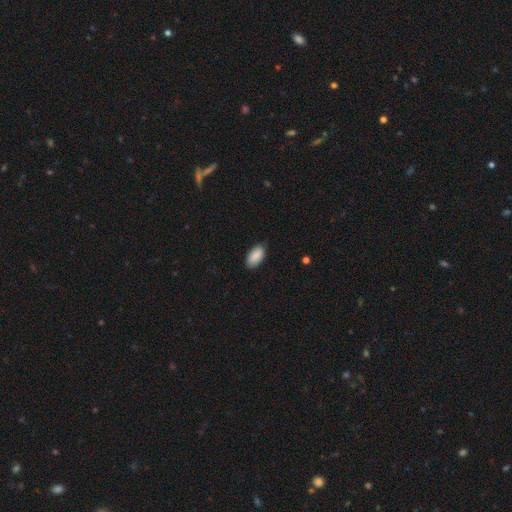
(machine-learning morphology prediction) Smooth or featured?
  - smooth: 89% *
  - star or artifact: 6%
  - featured or disk: 5%
How rounded?
  - in between: 95% *
  - cigar-shaped: 3%
  - round: 2%
Merging?
  - none: 82% *
  - minor disturbance: 14%
  - major disturbance: 2%
  - merger: 1%